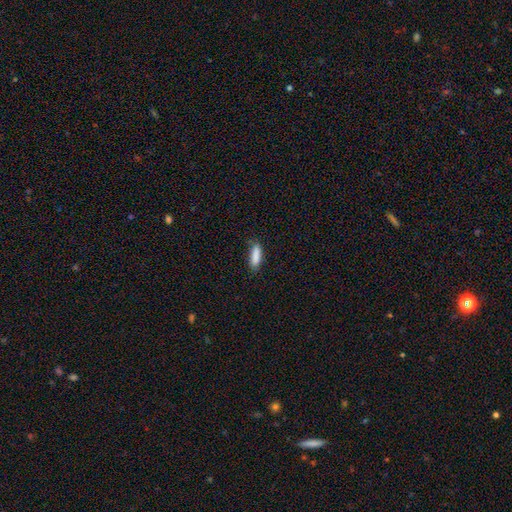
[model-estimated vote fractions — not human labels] This is clearly a smooth galaxy (87%). How rounded: possibly in between (51%). Merging: likely none (75%).